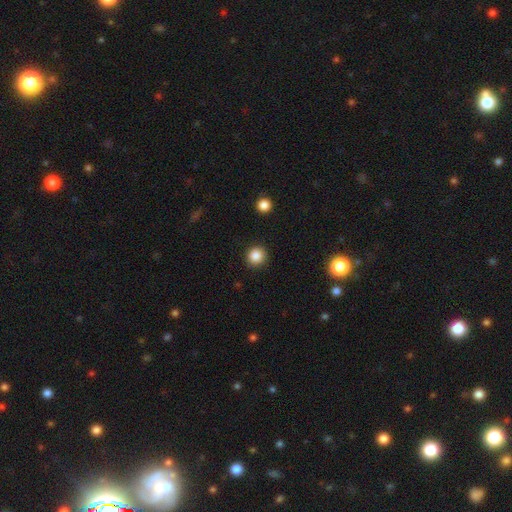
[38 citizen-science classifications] Smooth or featured? smooth (89%)
How rounded? round (97%)
Merging? none (95%)